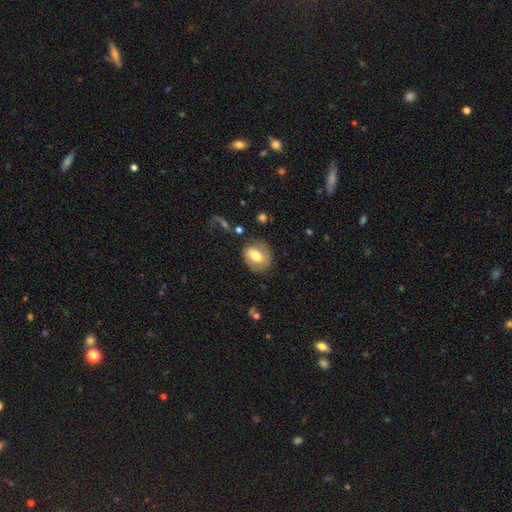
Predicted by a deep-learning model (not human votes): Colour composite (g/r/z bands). It shows a smooth galaxy with no disk features (65%) that is in between round and cigar-shaped (51%). Merging: none (77%).